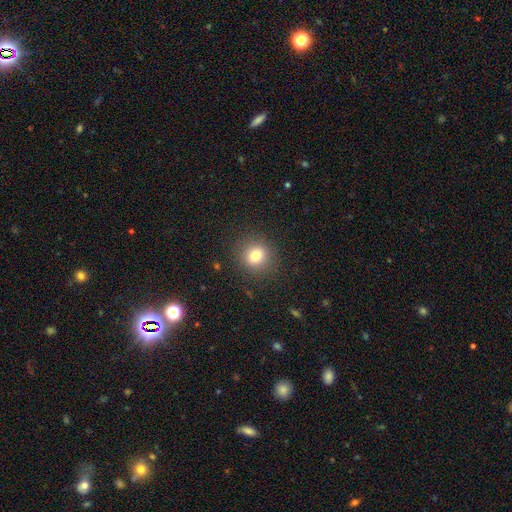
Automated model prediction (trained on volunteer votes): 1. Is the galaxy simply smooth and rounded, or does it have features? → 78% smooth, 13% star or artifact, 10% featured or disk.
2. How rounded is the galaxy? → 84% round, 15% in between, 1% cigar-shaped.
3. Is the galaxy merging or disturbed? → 88% none, 7% minor disturbance, 3% major disturbance, 1% merger.